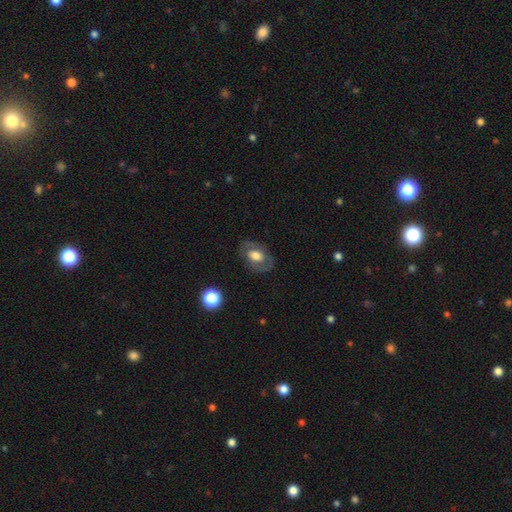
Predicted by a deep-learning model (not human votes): This appears to be a smooth galaxy with no disk features (47%). Merging: none (77%).